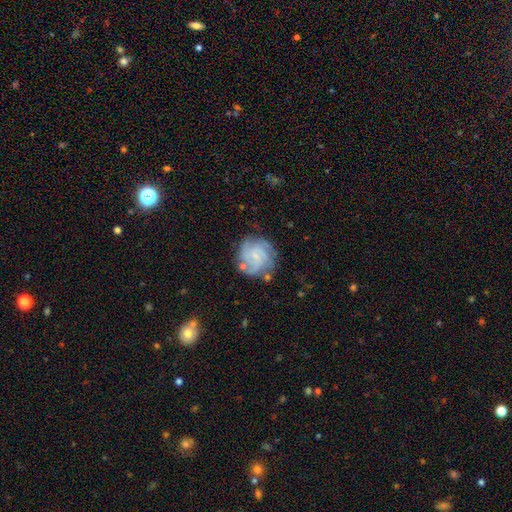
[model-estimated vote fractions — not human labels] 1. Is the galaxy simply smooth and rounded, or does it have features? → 78% featured or disk, 15% smooth, 7% star or artifact.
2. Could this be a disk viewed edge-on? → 98% no, 2% yes.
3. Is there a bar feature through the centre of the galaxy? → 61% no, 34% weak, 5% strong.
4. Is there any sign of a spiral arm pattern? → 95% yes, 5% no.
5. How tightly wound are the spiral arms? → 58% tight, 34% medium, 8% loose.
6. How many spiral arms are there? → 31% 3, 25% 4, 22% can't tell, 11% 2, 6% more than 4, 6% 1.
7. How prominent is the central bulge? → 72% small, 14% moderate, 12% none, 1% large, 1% dominant.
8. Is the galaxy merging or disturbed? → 70% none, 17% minor disturbance, 7% major disturbance, 5% merger.